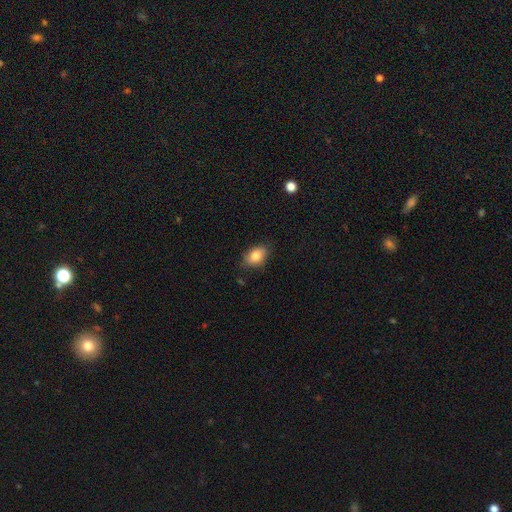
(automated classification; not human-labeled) Smooth or featured: smooth — 83% (featured or disk — 9%)
How rounded: in between — 84% (round — 14%)
Merging: none — 80% (minor disturbance — 16%)